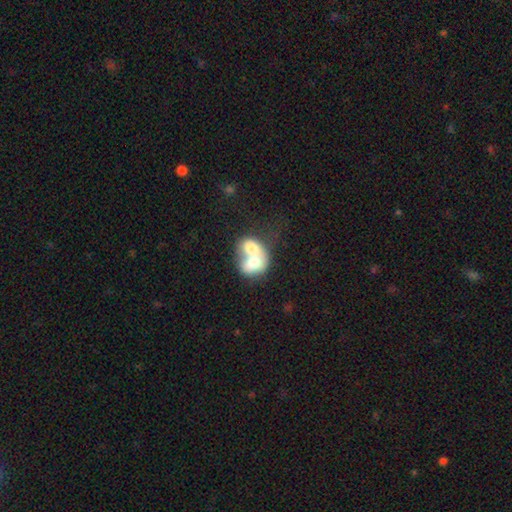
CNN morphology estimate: type=smooth (59%); roundness=in between (51%); merging=merger (77%).